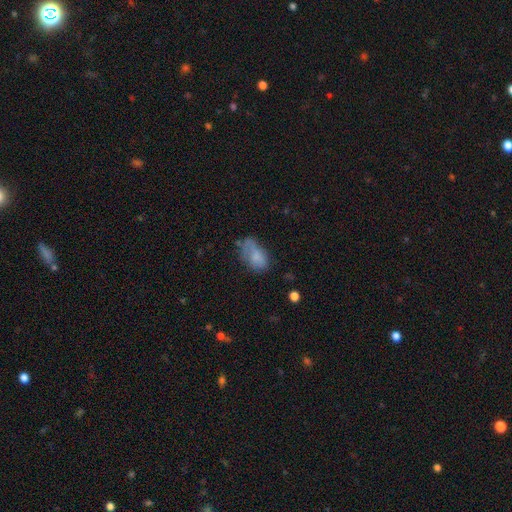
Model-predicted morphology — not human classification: smooth_or_featured: smooth (p=0.70) [alt: featured or disk p=0.20]
how_rounded: in between (p=0.90) [alt: round p=0.07]
merging: none (p=0.40) [alt: minor disturbance p=0.32]